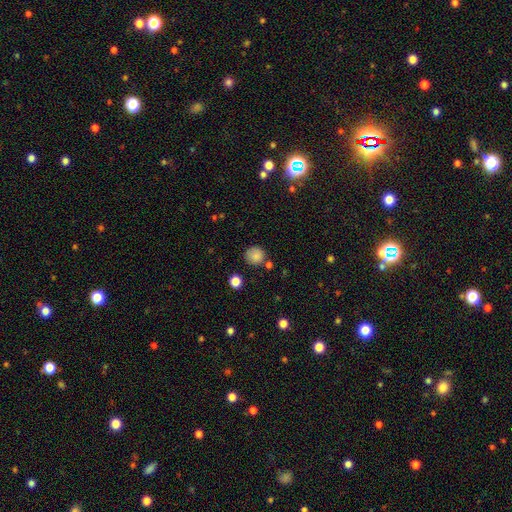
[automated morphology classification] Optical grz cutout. It shows a smooth galaxy with no disk features (83%) that is round (90%). Merging: none (78%).